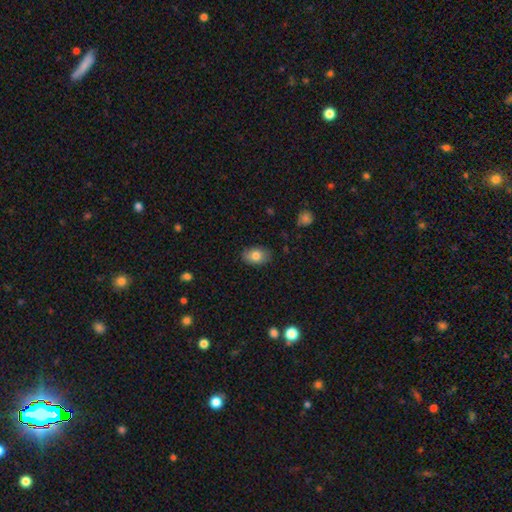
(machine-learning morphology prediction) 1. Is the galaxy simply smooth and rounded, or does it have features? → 81% smooth, 11% featured or disk, 8% star or artifact.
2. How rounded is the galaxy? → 83% in between, 16% round, 1% cigar-shaped.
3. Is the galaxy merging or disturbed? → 84% none, 12% minor disturbance, 2% major disturbance, 1% merger.